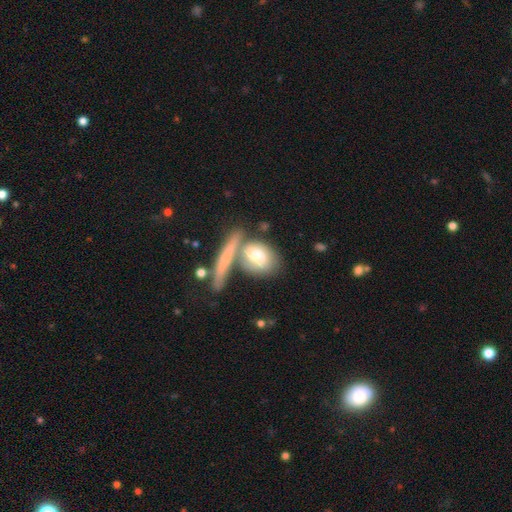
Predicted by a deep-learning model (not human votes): Smooth or featured: smooth — 60% (featured or disk — 34%)
How rounded: in between — 50% (round — 33%)
Merging: none — 46% (merger — 33%)